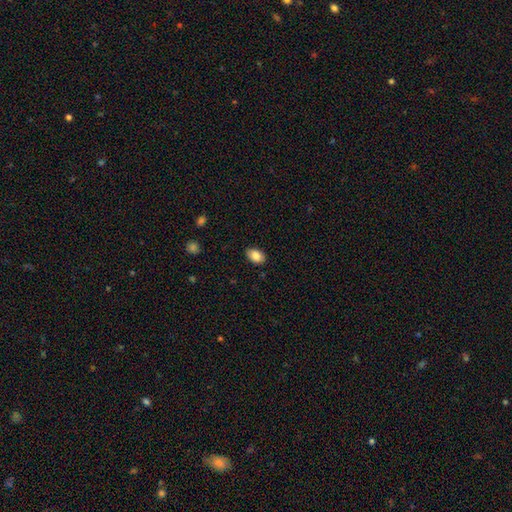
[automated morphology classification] Overall: smooth (86%). How rounded: in between (88%). Merging: none (87%).